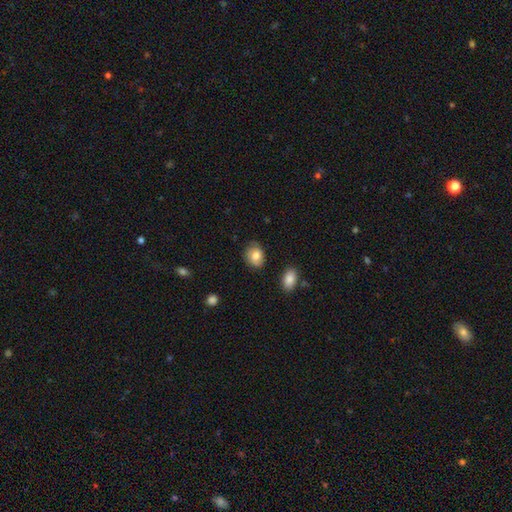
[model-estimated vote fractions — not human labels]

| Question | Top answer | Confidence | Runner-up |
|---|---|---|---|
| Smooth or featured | smooth | 76% | featured or disk (16%) |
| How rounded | in between | 57% | round (42%) |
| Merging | none | 77% | minor disturbance (18%) |